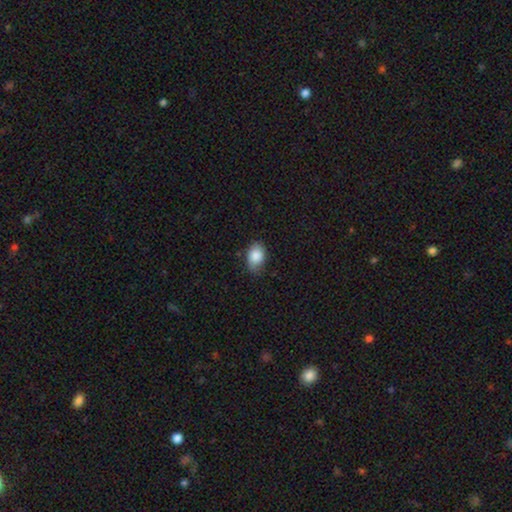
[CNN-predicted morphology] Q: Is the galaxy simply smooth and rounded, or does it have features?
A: smooth — 86%.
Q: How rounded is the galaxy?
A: in between — 82%.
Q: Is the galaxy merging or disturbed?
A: none — 69%.